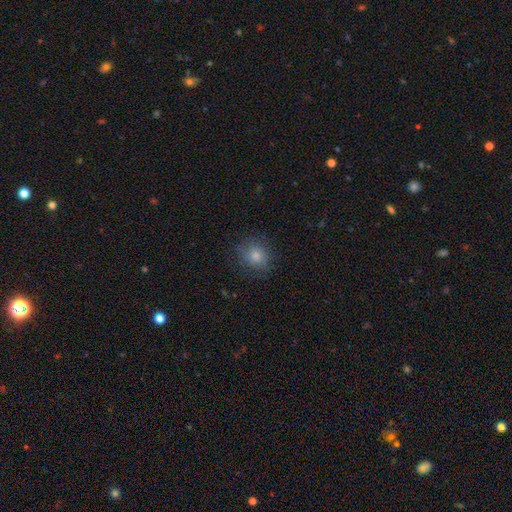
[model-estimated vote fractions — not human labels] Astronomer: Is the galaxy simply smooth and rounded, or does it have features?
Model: smooth — 67%.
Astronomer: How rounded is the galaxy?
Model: round — 82%.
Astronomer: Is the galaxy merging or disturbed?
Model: none — 79%.